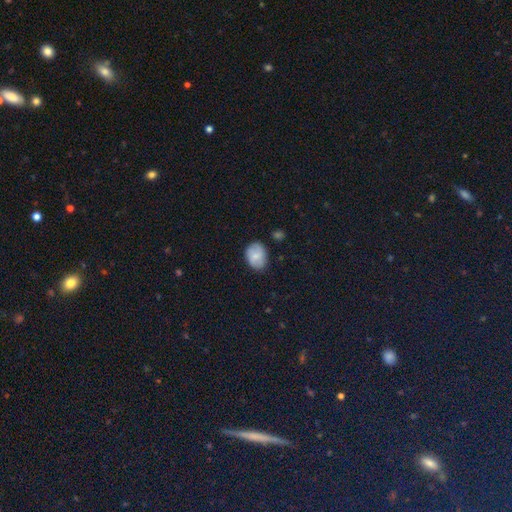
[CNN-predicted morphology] Smooth or featured?
  - smooth: 69% *
  - featured or disk: 22%
  - star or artifact: 8%
How rounded?
  - in between: 63% *
  - round: 36%
  - cigar-shaped: 1%
Merging?
  - none: 77% *
  - minor disturbance: 17%
  - major disturbance: 4%
  - merger: 2%